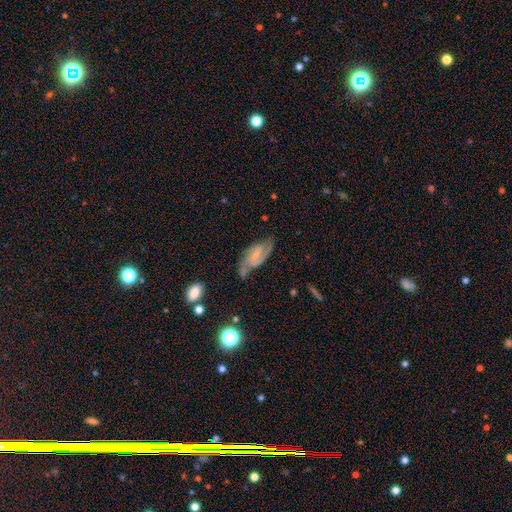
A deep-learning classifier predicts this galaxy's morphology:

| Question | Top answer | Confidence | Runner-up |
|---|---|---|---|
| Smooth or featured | featured or disk | 81% | smooth (12%) |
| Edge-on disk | no | 95% | yes (5%) |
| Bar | weak | 49% | no (32%) |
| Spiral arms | yes | 95% | no (5%) |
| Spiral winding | medium | 50% | tight (27%) |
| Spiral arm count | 2 | 87% | can't tell (6%) |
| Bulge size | small | 62% | moderate (18%) |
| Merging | none | 64% | minor disturbance (22%) |